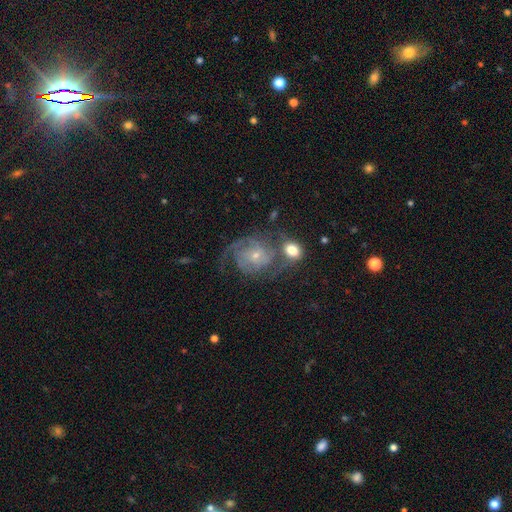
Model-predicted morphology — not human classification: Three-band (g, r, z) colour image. It shows a featured or disk galaxy (82%) with no bar (70%), 2 (39%) tight (42%, tied with medium) spiral arms (95%) and a small central bulge (72%). Merging: none (45%).